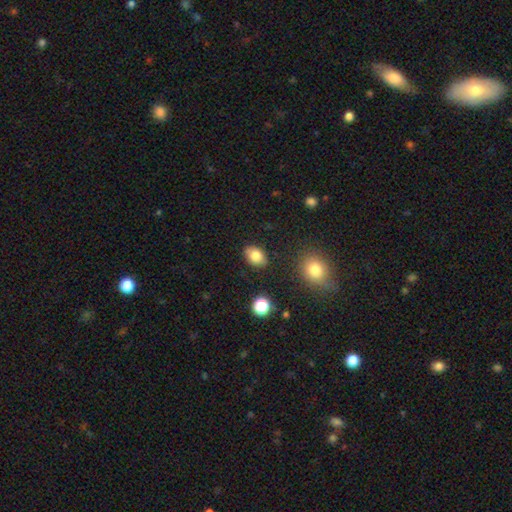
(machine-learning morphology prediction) This is clearly a smooth galaxy (81%). How rounded: likely in between (77%). Merging: clearly none (82%).